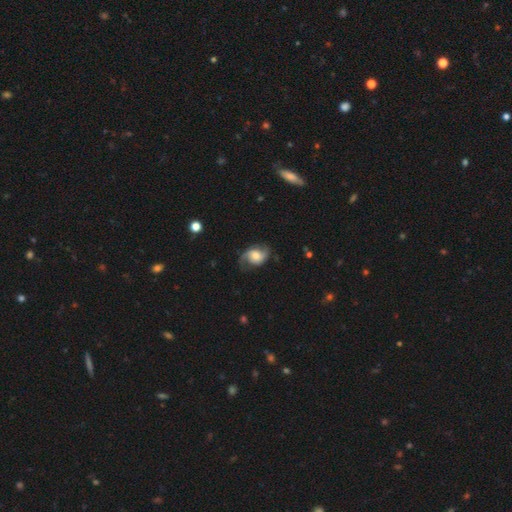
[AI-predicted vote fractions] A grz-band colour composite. It shows a featured or disk galaxy (73%) with no bar (62%), 2 (87%) loose (45%) spiral arms (94%) and a moderate central bulge (54%). Merging: none (69%).